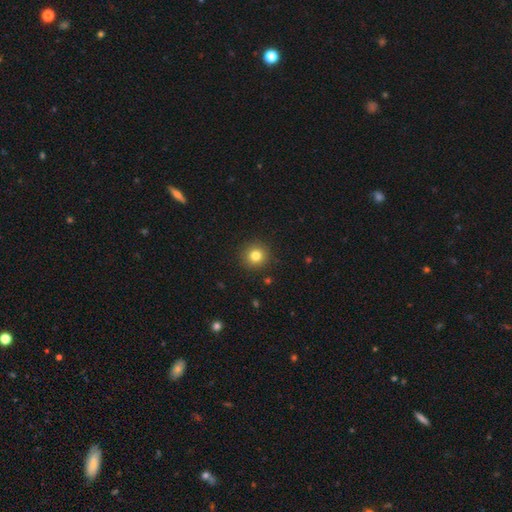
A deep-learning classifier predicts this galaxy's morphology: This is clearly a smooth galaxy (80%). How rounded: clearly round (94%). Merging: clearly none (91%).